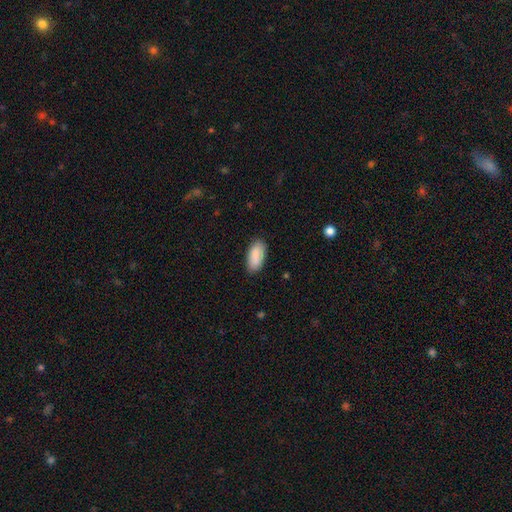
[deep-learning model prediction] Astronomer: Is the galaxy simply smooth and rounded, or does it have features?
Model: smooth — 90%.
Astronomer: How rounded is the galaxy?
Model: in between — 91%.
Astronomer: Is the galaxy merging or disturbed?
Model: none — 86%.